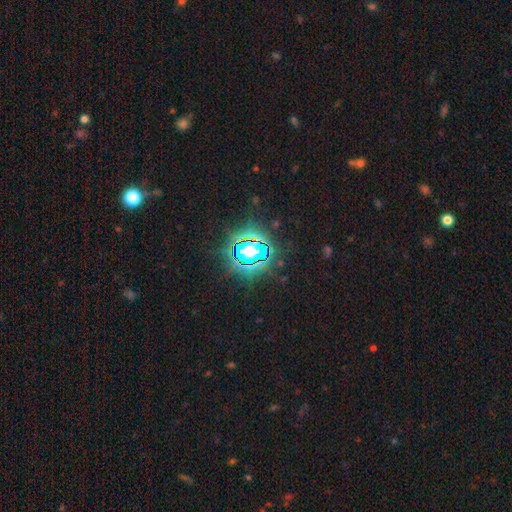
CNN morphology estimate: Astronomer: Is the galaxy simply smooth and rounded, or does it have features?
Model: star or artifact — 73%.